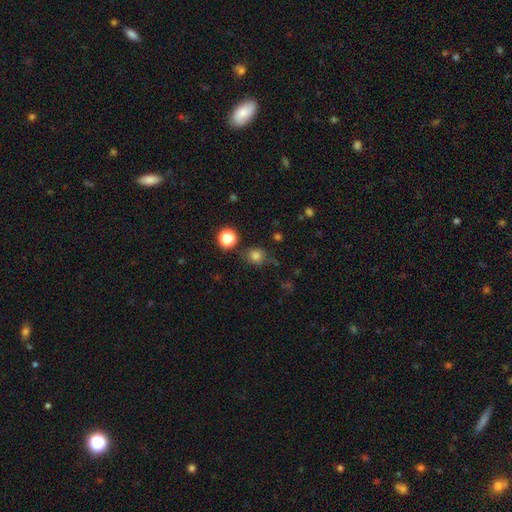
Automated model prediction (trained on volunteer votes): smooth-or-featured: smooth: 78% | star or artifact: 16% | featured or disk: 6%
  how-rounded: round: 84% | in between: 15% | cigar-shaped: 1%
  merging: none: 73% | minor disturbance: 16% | major disturbance: 5% | merger: 5%